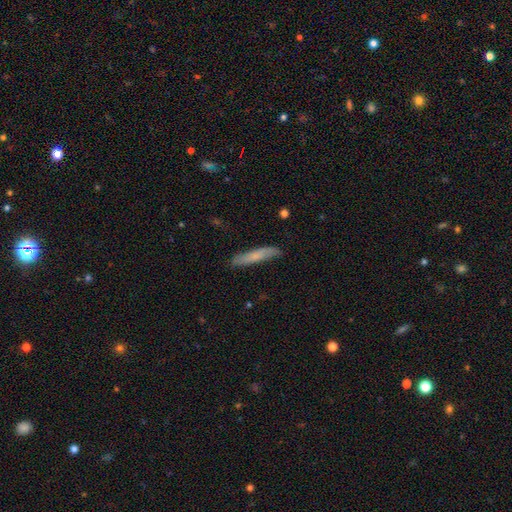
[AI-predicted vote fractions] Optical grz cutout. It shows a smooth galaxy with no disk features (63%) that is cigar-shaped (92%). Merging: none (82%).